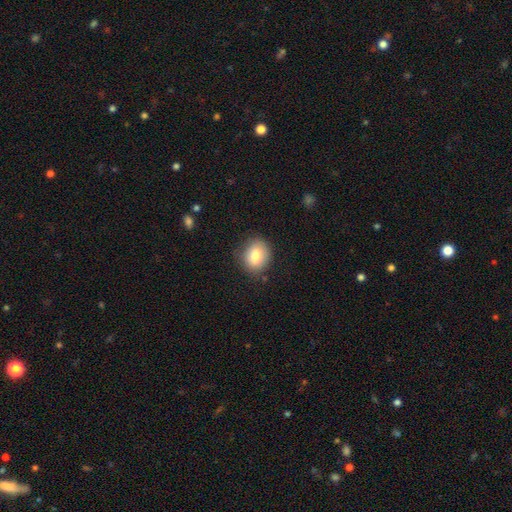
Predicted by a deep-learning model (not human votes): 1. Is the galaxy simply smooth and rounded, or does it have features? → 81% smooth, 11% featured or disk, 9% star or artifact.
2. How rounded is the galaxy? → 55% in between, 44% round, 1% cigar-shaped.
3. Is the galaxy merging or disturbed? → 79% none, 16% minor disturbance, 4% major disturbance, 2% merger.